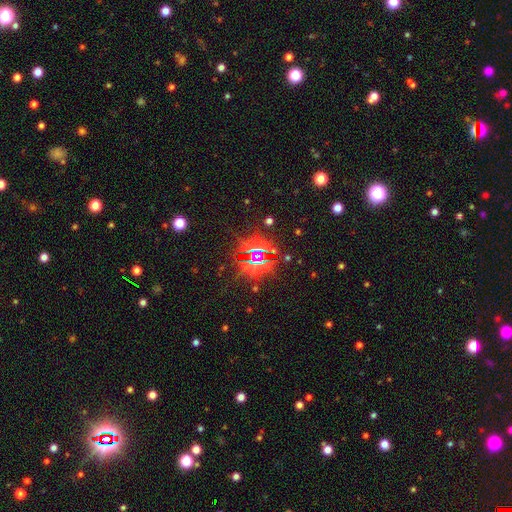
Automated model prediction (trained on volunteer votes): This is clearly a star or artifact rather than a galaxy (81%).